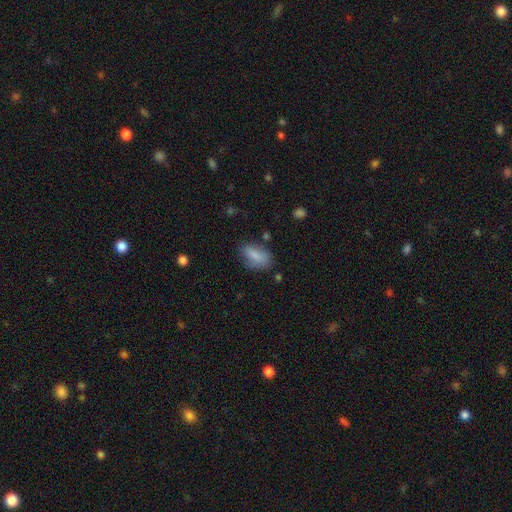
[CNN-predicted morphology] Smooth or featured?
  - smooth: 81% *
  - featured or disk: 11%
  - star or artifact: 8%
How rounded?
  - in between: 85% *
  - cigar-shaped: 9%
  - round: 6%
Merging?
  - none: 67% *
  - minor disturbance: 23%
  - major disturbance: 7%
  - merger: 3%